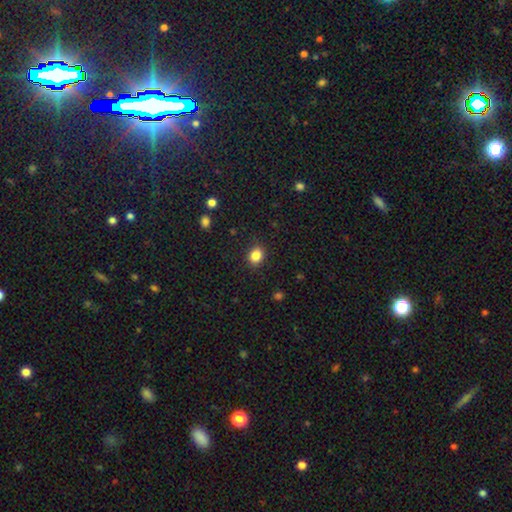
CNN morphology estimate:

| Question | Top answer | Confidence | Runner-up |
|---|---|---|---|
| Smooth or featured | smooth | 86% | star or artifact (10%) |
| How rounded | round | 50% | in between (49%) |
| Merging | none | 88% | minor disturbance (8%) |